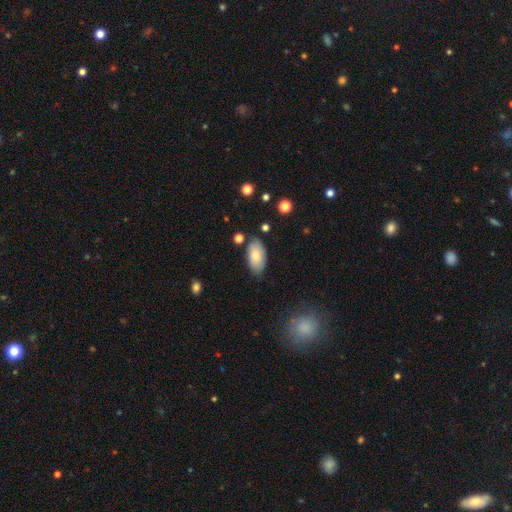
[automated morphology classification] Overall: smooth (81%). How rounded: in between (94%). Merging: none (79%).